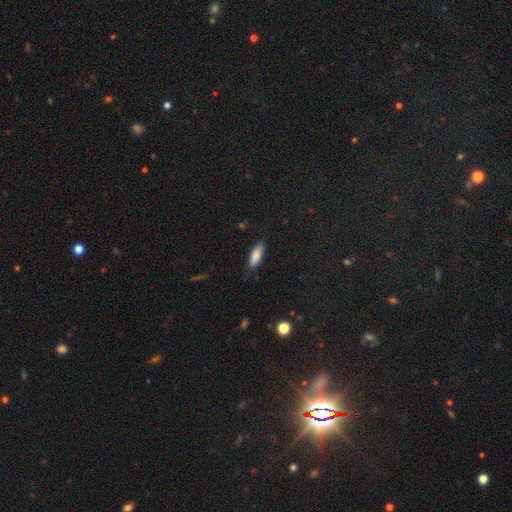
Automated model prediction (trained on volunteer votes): Morphology: type=smooth (82%); roundness=in between (57%); merging=none (82%).